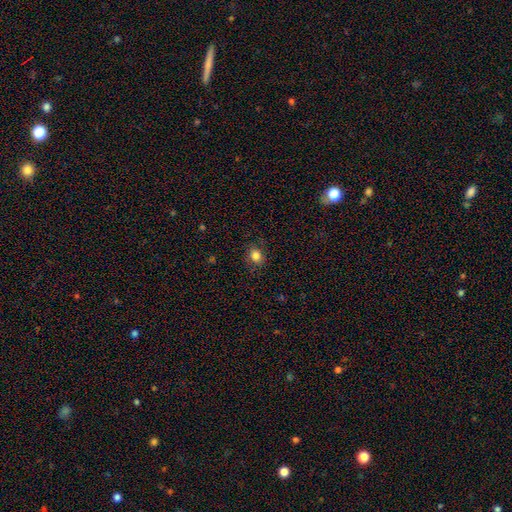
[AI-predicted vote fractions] smooth-or-featured: smooth: 83% | star or artifact: 11% | featured or disk: 6%
  how-rounded: round: 58% | in between: 41% | cigar-shaped: 1%
  merging: none: 85% | minor disturbance: 11% | major disturbance: 3% | merger: 1%